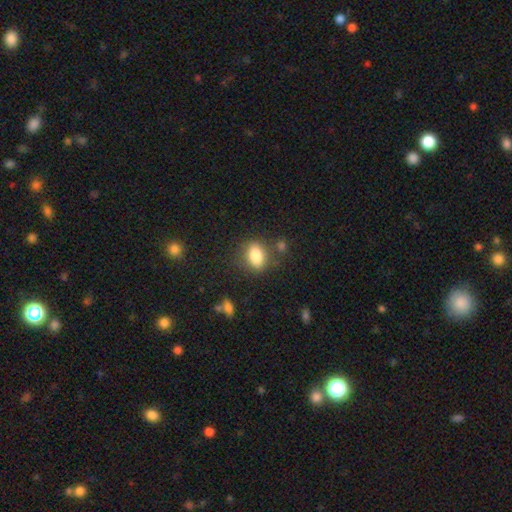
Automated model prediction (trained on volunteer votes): The model was most divided on "how rounded": in between: 78%, round: 20%, cigar-shaped: 3%. More confident: smooth or featured — smooth (83%); merging — none (74%).